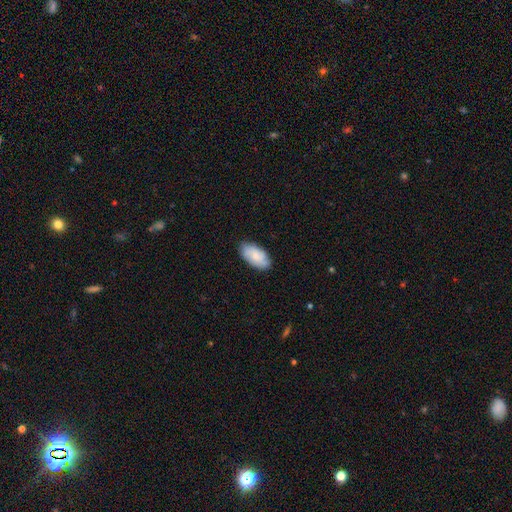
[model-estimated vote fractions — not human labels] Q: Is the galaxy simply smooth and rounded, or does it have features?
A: smooth — 68%.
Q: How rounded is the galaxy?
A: in between — 94%.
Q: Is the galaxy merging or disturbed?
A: none — 82%.